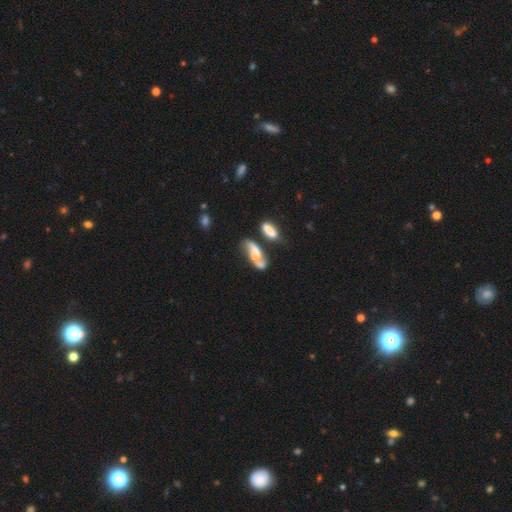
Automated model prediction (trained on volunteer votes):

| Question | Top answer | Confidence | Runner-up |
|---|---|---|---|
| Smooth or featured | featured or disk | 58% | smooth (32%) |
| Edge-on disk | no | 88% | yes (12%) |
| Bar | no | 63% | weak (27%) |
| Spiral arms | yes | 71% | no (29%) |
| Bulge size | none | 31% | moderate (25%) |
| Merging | merger | 43% | none (29%) |